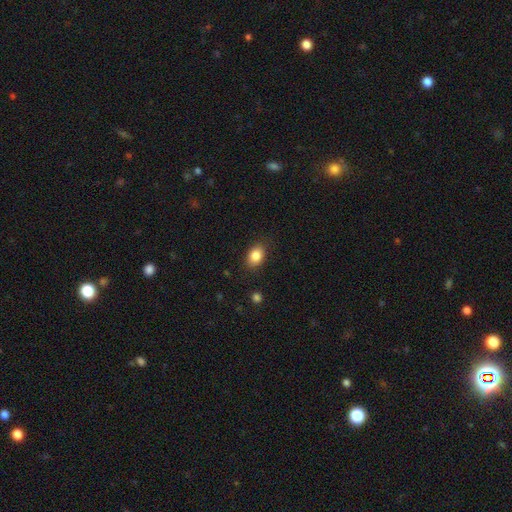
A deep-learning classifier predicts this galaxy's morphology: Smooth or featured: smooth — 86% (star or artifact — 8%)
How rounded: in between — 78% (round — 20%)
Merging: none — 85% (minor disturbance — 11%)